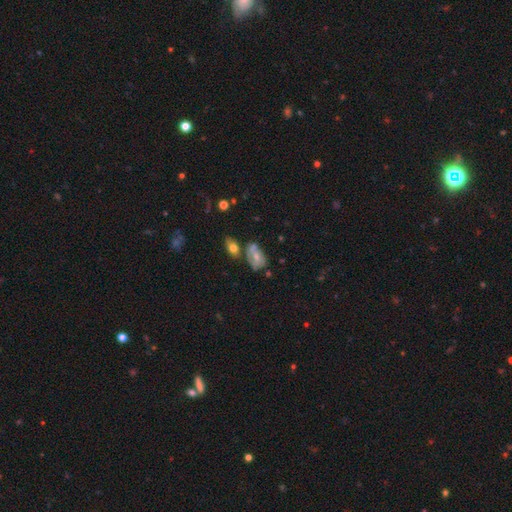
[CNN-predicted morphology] A smooth galaxy with no disk features (50%).

Vote fractions:
- Smooth or featured? smooth: 50% / featured or disk: 40% / star or artifact: 10%
- Merging? none: 41% / merger: 26% / minor disturbance: 22% / major disturbance: 11%